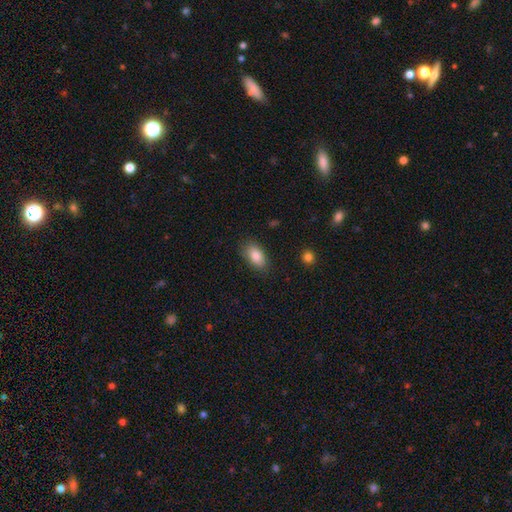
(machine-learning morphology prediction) This appears to be a smooth galaxy with no disk features (87%) that is in between round and cigar-shaped (92%). Merging: none (84%).